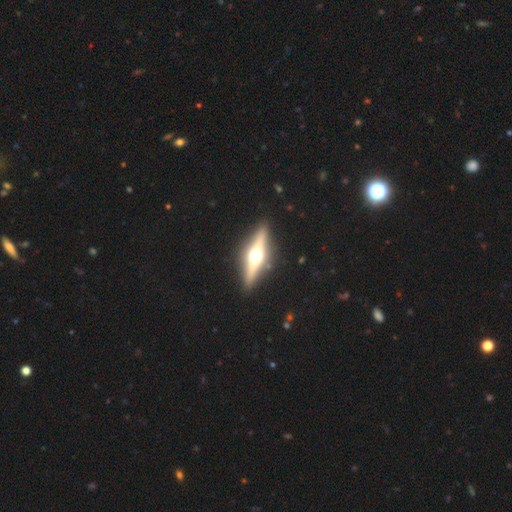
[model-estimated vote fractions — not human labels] A featured or disk galaxy (72%) viewed edge-on (95%) with a rounded central bulge (96%).

Vote fractions:
- Smooth or featured? featured or disk: 72% / smooth: 22% / star or artifact: 7%
- Edge-on disk? yes: 95% / no: 5%
- Edge-on bulge? rounded: 96% / boxy: 2% / none: 1%
- Merging? none: 90% / minor disturbance: 7% / major disturbance: 2% / merger: 1%